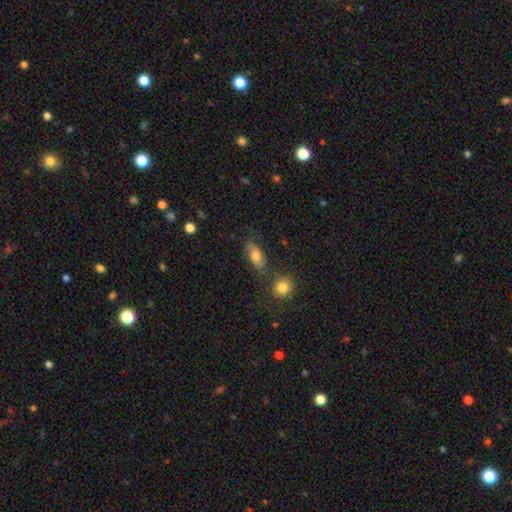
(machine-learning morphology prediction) Q: Smooth or featured?
A: smooth (70%); runner-up: featured or disk (20%)
Q: How rounded?
A: in between (82%); runner-up: cigar-shaped (10%)
Q: Merging?
A: none (69%); runner-up: minor disturbance (18%)